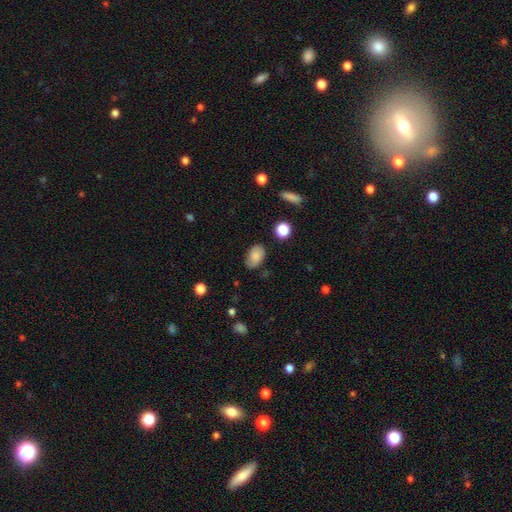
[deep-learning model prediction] Smooth or featured?
  - smooth: 78% *
  - featured or disk: 13%
  - star or artifact: 9%
How rounded?
  - in between: 87% *
  - round: 12%
  - cigar-shaped: 1%
Merging?
  - none: 73% *
  - minor disturbance: 20%
  - major disturbance: 5%
  - merger: 2%